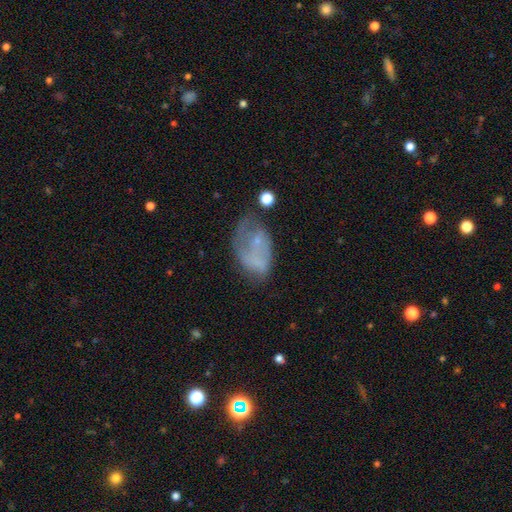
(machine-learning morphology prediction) A featured or disk galaxy (50%). Merging: none (33%).